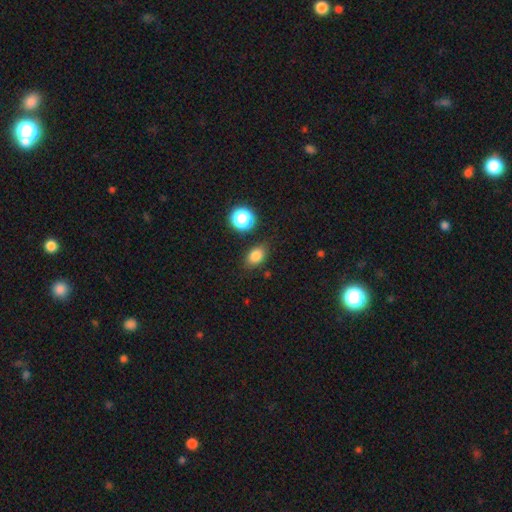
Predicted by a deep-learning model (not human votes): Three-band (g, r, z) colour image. It shows a smooth galaxy with no disk features (81%) that is in between round and cigar-shaped (75%). Merging: none (80%).